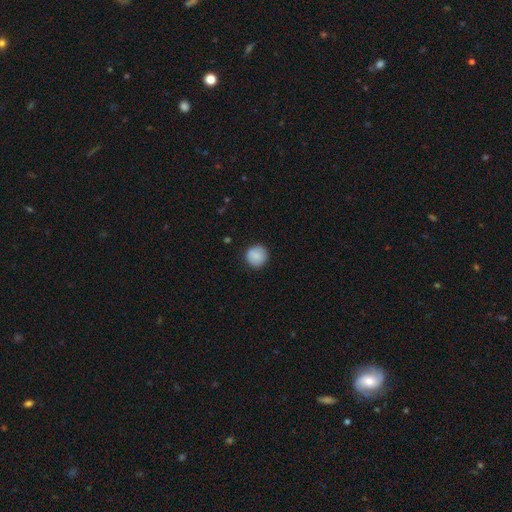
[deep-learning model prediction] This is clearly a smooth galaxy (87%). How rounded: clearly round (94%). Merging: clearly none (89%).